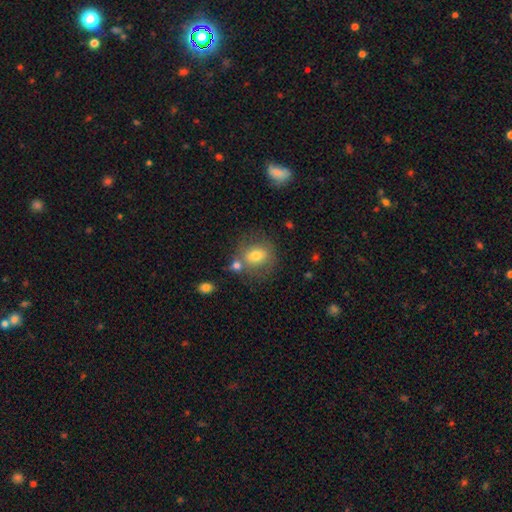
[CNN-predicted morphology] smooth-or-featured: smooth: 72% | featured or disk: 17% | star or artifact: 10%
  how-rounded: round: 63% | in between: 36% | cigar-shaped: 1%
  merging: none: 61% | merger: 18% | minor disturbance: 15% | major disturbance: 6%